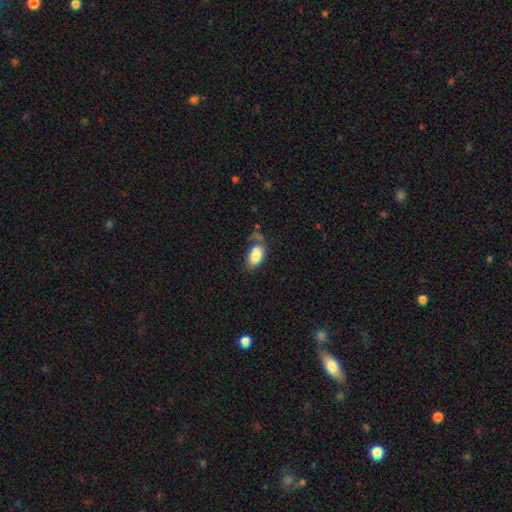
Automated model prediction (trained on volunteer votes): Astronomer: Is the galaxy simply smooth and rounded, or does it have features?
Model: smooth — 78%.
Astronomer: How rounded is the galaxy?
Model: in between — 92%.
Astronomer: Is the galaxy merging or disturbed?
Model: none — 45% (runner-up: minor disturbance, 22%).